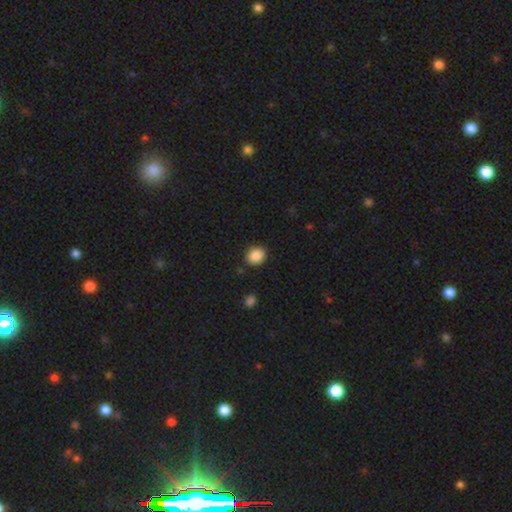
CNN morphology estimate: Smooth or featured?
  - smooth: 88% *
  - star or artifact: 9%
  - featured or disk: 3%
How rounded?
  - round: 75% *
  - in between: 24%
  - cigar-shaped: 1%
Merging?
  - none: 84% *
  - minor disturbance: 11%
  - major disturbance: 3%
  - merger: 2%